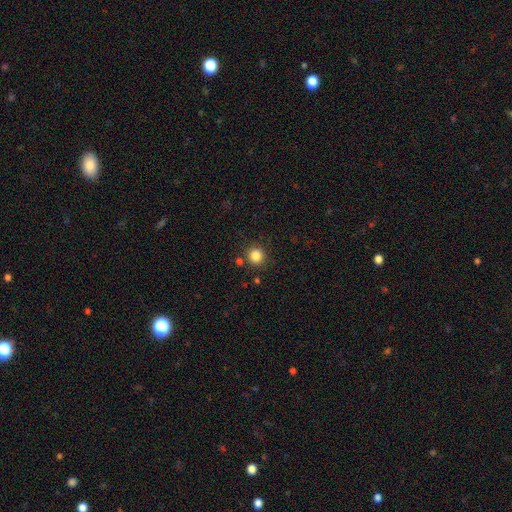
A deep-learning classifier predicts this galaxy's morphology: smooth-or-featured: smooth: 84% | star or artifact: 12% | featured or disk: 4%
  how-rounded: round: 92% | in between: 7% | cigar-shaped: 1%
  merging: none: 86% | minor disturbance: 7% | merger: 4% | major disturbance: 3%